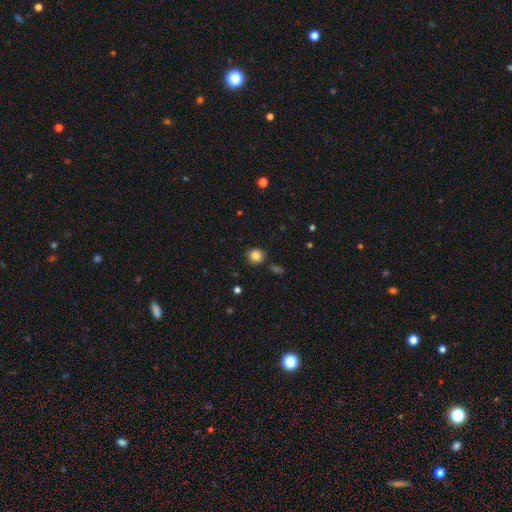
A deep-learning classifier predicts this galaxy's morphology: The model was most divided on "merging": none: 84%, minor disturbance: 10%, merger: 3%, major disturbance: 3%. More confident: how rounded — round (86%); smooth or featured — smooth (85%).